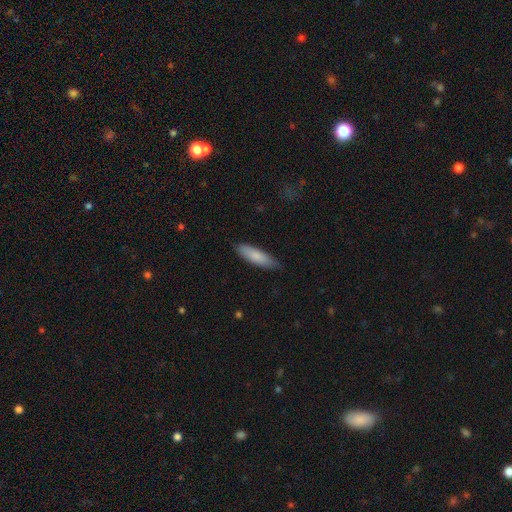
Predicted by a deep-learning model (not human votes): Smooth or featured: smooth — 82% (featured or disk — 13%)
How rounded: cigar-shaped — 58% (in between — 41%)
Merging: none — 81% (minor disturbance — 16%)